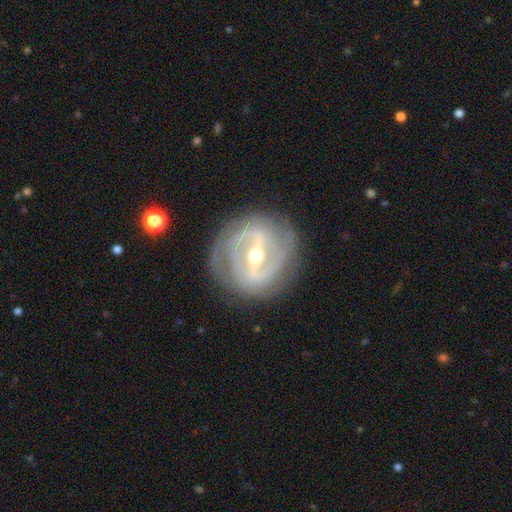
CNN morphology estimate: Smooth or featured: featured or disk — 88% (smooth — 7%)
Edge-on disk: no — 95% (yes — 5%)
Bar: strong — 62% (weak — 30%)
Spiral arms: yes — 90% (no — 10%)
Spiral winding: tight — 54% (medium — 36%)
Spiral arm count: 2 — 55% (can't tell — 19%)
Bulge size: moderate — 58% (small — 38%)
Merging: none — 81% (minor disturbance — 12%)